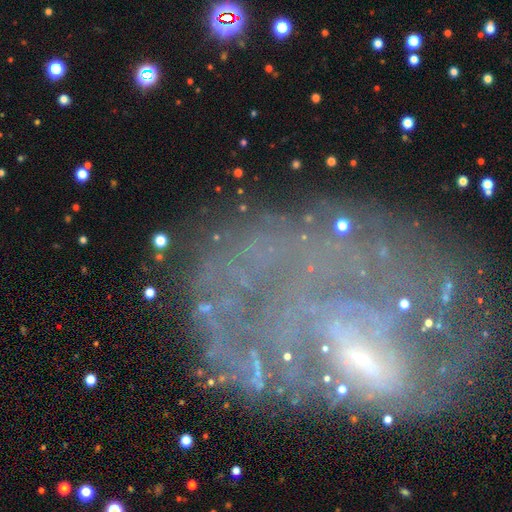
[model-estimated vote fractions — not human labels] Morphology: type=featured or disk (68%); edge-on=no (95%); bar=no (48%); spiral arms=yes (53%); bulge=small (42%); merging=none (46%).